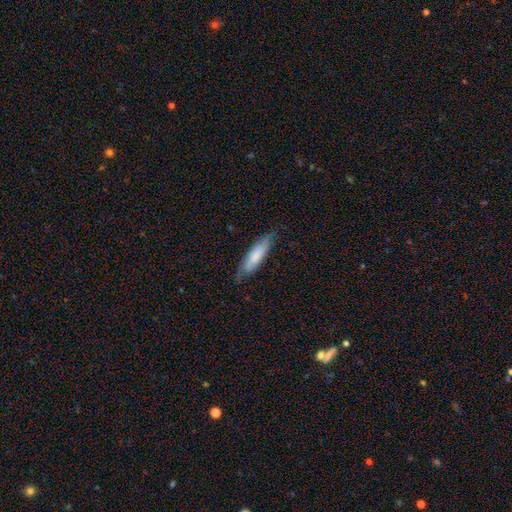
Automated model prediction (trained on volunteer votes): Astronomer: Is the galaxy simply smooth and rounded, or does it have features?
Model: smooth — 64%.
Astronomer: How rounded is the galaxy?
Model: cigar-shaped — 65%.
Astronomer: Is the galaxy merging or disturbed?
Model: none — 72%.